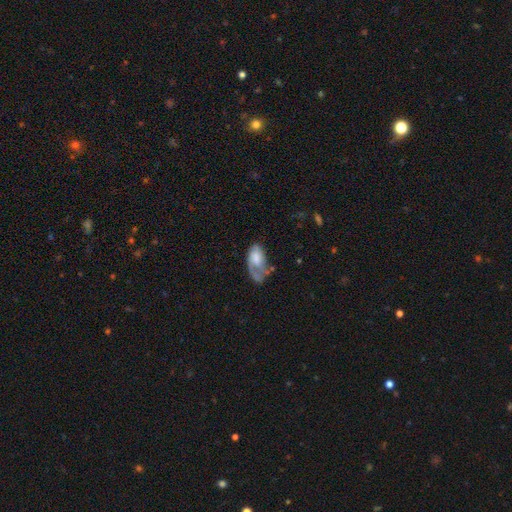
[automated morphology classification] type=featured or disk (46%); merging=none (36%).